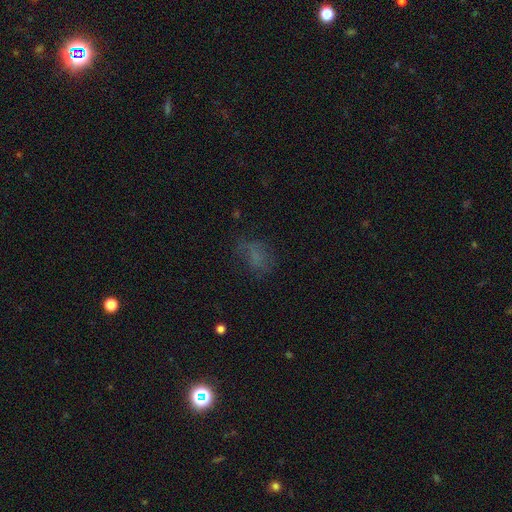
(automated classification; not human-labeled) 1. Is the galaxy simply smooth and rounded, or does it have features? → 56% smooth, 24% star or artifact, 20% featured or disk.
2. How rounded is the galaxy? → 75% in between, 22% round, 4% cigar-shaped.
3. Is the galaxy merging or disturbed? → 52% none, 23% major disturbance, 22% minor disturbance, 2% merger.